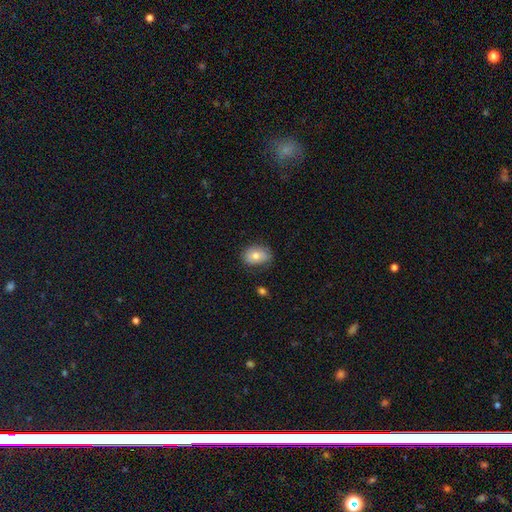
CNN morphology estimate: smooth-or-featured: smooth: 74% | featured or disk: 18% | star or artifact: 8%
  how-rounded: in between: 75% | round: 23% | cigar-shaped: 1%
  merging: none: 74% | minor disturbance: 20% | major disturbance: 4% | merger: 2%